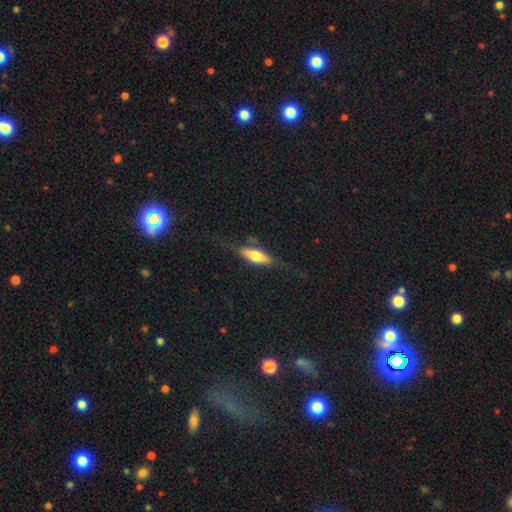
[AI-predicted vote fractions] The model was most divided on "how rounded": in between: 54%, cigar-shaped: 43%, round: 3%. More confident: merging — none (69%); smooth or featured — smooth (59%).